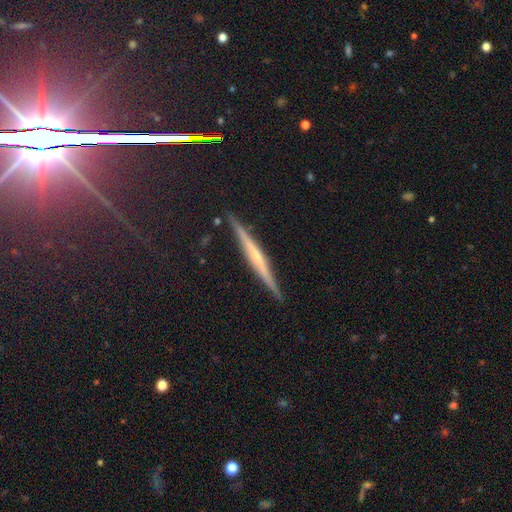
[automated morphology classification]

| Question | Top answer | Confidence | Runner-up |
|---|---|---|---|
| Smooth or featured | featured or disk | 67% | smooth (21%) |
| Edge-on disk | yes | 97% | no (3%) |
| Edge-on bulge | none | 46% | rounded (42%) |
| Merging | none | 89% | minor disturbance (8%) |